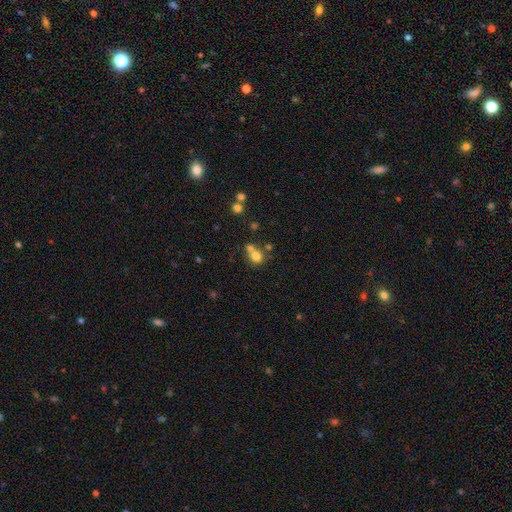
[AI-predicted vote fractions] Smooth or featured: smooth — 76% (star or artifact — 14%)
How rounded: round — 74% (in between — 25%)
Merging: none — 48% (merger — 38%)